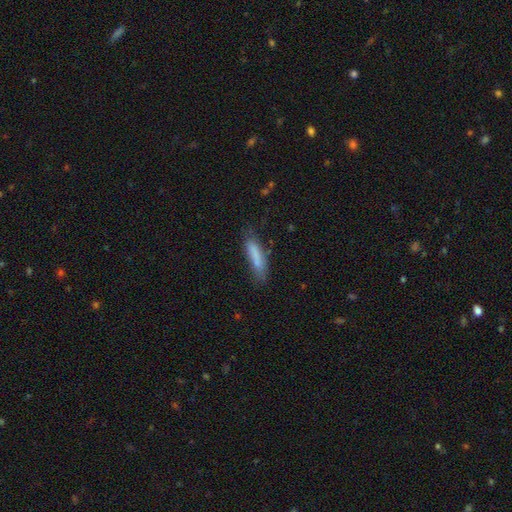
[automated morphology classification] smooth-or-featured: smooth: 78% | featured or disk: 15% | star or artifact: 8%
  how-rounded: cigar-shaped: 75% | in between: 24% | round: 2%
  merging: none: 62% | minor disturbance: 25% | major disturbance: 9% | merger: 4%